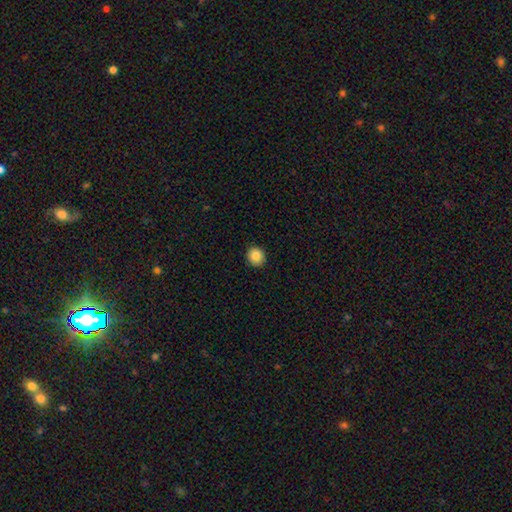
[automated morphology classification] A smooth galaxy with no disk features (86%) that is round (86%). Merging: none (91%).